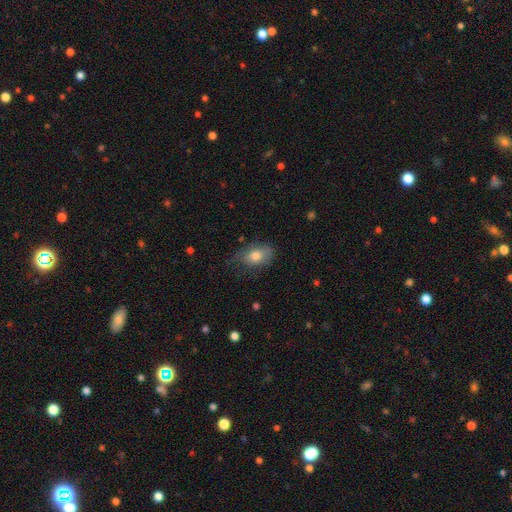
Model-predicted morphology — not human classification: A smooth galaxy with no disk features (73%) that is in between round and cigar-shaped (86%).

Vote fractions:
- Smooth or featured? smooth: 73% / featured or disk: 19% / star or artifact: 7%
- How rounded? in between: 86% / round: 12% / cigar-shaped: 2%
- Merging? none: 49% / minor disturbance: 33% / major disturbance: 15% / merger: 2%